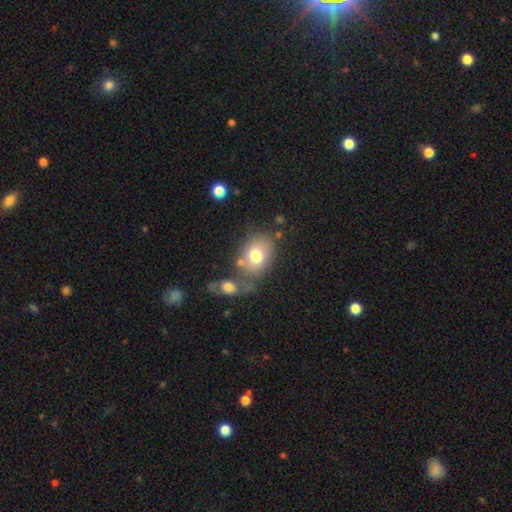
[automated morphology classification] Smooth or featured?
  - smooth: 74% *
  - featured or disk: 17%
  - star or artifact: 9%
How rounded?
  - in between: 65% *
  - round: 34%
  - cigar-shaped: 1%
Merging?
  - none: 52% *
  - merger: 24%
  - minor disturbance: 17%
  - major disturbance: 8%